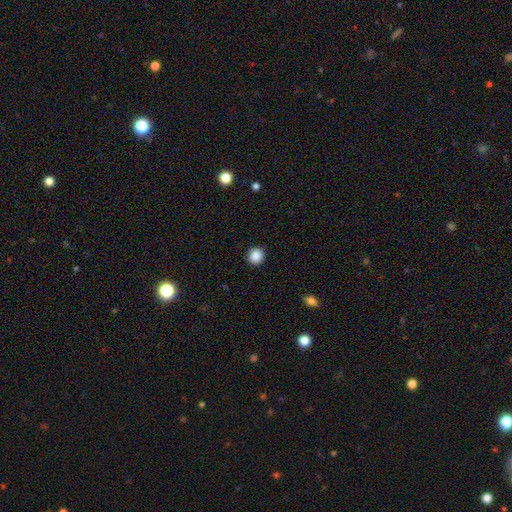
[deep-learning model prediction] This appears to be a smooth galaxy with no disk features (88%) that is round (91%). Merging: none (92%).